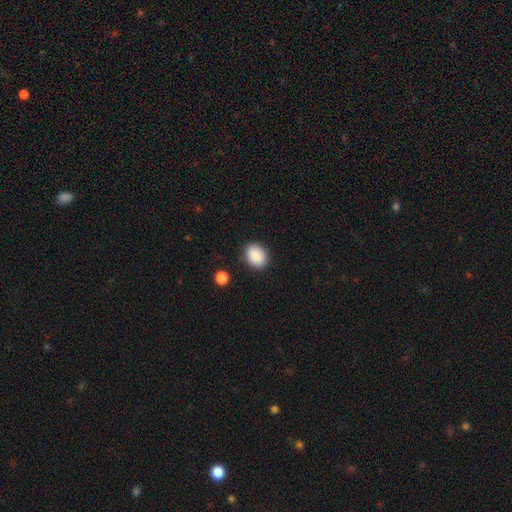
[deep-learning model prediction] smooth-or-featured: smooth: 89% | star or artifact: 8% | featured or disk: 4%
  how-rounded: in between: 59% | round: 40% | cigar-shaped: 1%
  merging: none: 87% | minor disturbance: 9% | major disturbance: 2% | merger: 2%